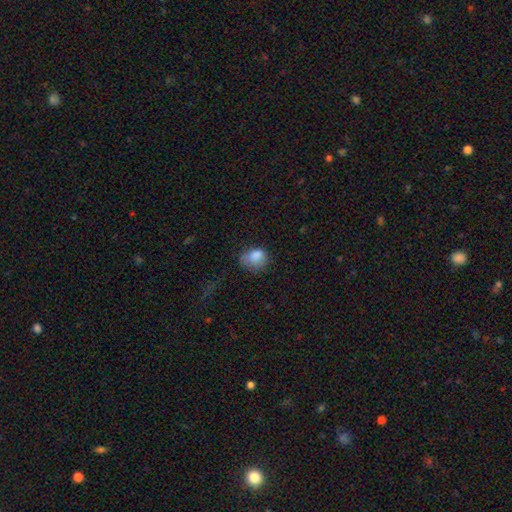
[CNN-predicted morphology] Smooth or featured?
  - smooth: 81% *
  - star or artifact: 10%
  - featured or disk: 9%
How rounded?
  - in between: 55% *
  - round: 44%
  - cigar-shaped: 1%
Merging?
  - none: 44% *
  - minor disturbance: 34%
  - major disturbance: 19%
  - merger: 3%